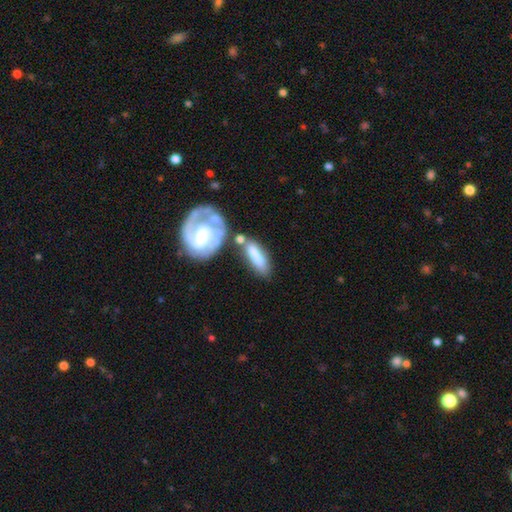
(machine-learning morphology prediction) Overall: smooth (63%; featured or disk 31%). How rounded: cigar-shaped (51%; in between 45%). Merging: none (48%; merger 25%).